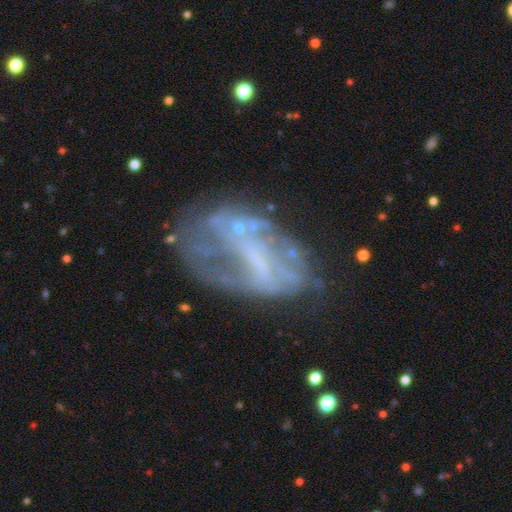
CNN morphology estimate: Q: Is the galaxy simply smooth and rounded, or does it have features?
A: featured or disk — 68%.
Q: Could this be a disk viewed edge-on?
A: no — 96%.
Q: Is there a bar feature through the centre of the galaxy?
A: no — 51%.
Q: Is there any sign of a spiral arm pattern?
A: no — 61%.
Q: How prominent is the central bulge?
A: none — 59%.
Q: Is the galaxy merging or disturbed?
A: none — 43%.